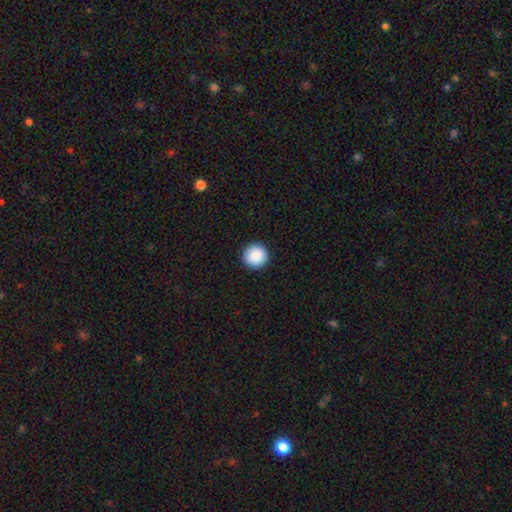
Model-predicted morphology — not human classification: This appears to be a smooth galaxy with no disk features (89%) that is round (96%). Merging: none (93%).